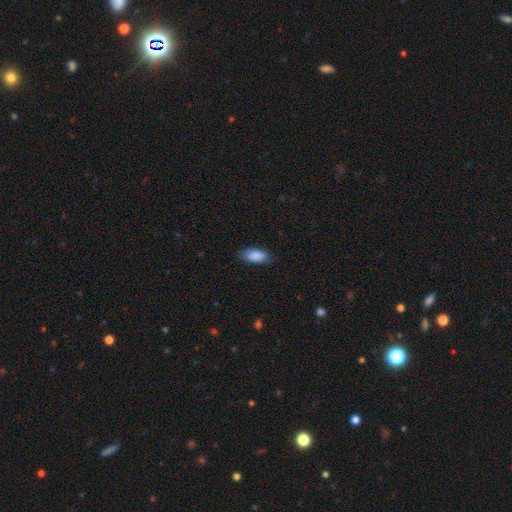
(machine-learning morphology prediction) This is clearly a smooth galaxy (88%). How rounded: clearly in between (86%). Merging: likely none (80%).